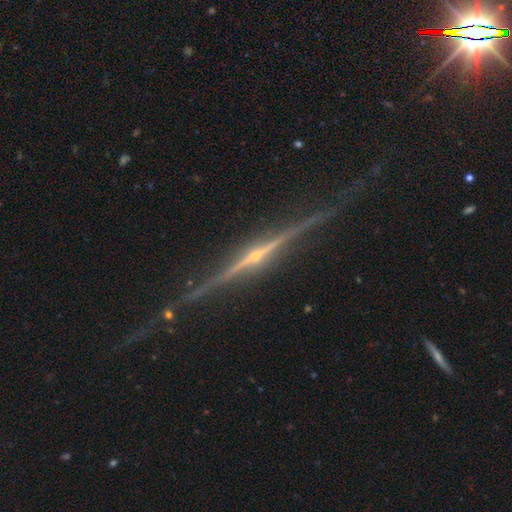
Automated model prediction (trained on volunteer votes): featured or disk 90%, star or artifact 7%, smooth 3%. Down the decision tree: edge-on disk — yes (98%); edge-on bulge — rounded (88%); merging — none (85%).